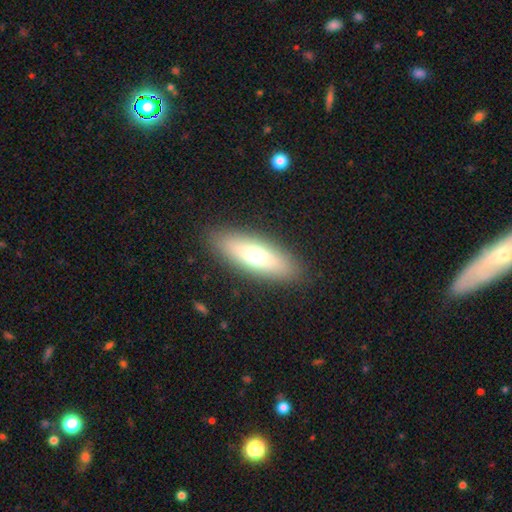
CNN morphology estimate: The model was most divided on "how rounded": in between: 55%, cigar-shaped: 43%, round: 3%. More confident: merging — none (89%); smooth or featured — smooth (63%).